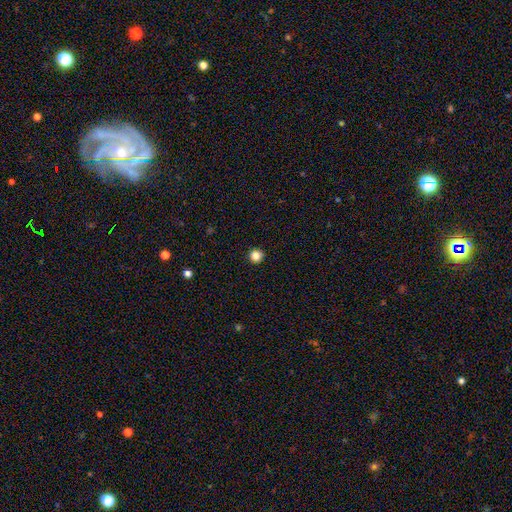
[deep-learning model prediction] A smooth galaxy with no disk features (84%) that is round (96%).

Vote fractions:
- Smooth or featured? smooth: 84% / star or artifact: 12% / featured or disk: 4%
- How rounded? round: 96% / in between: 3% / cigar-shaped: 1%
- Merging? none: 94% / minor disturbance: 4% / major disturbance: 1% / merger: 1%